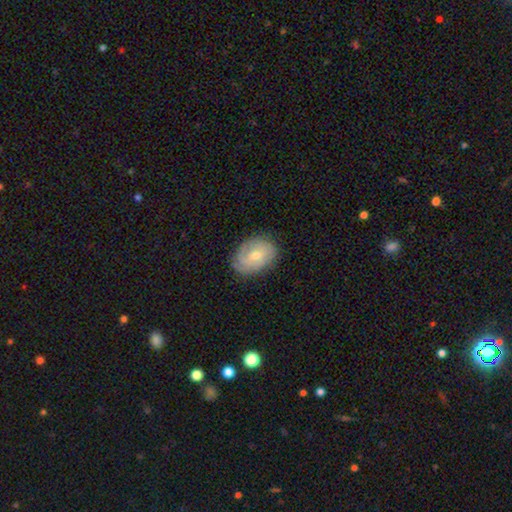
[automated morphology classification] Smooth or featured? Predicted: featured or disk (p=0.65). Edge-on disk? Predicted: no (p=0.96). Bar? Predicted: no (p=0.53). Spiral arms? Predicted: yes (p=0.85). Spiral winding? Predicted: tight (p=0.63). Spiral arm count? Predicted: can't tell (p=0.36). Bulge size? Predicted: moderate (p=0.50). Merging? Predicted: none (p=0.76).